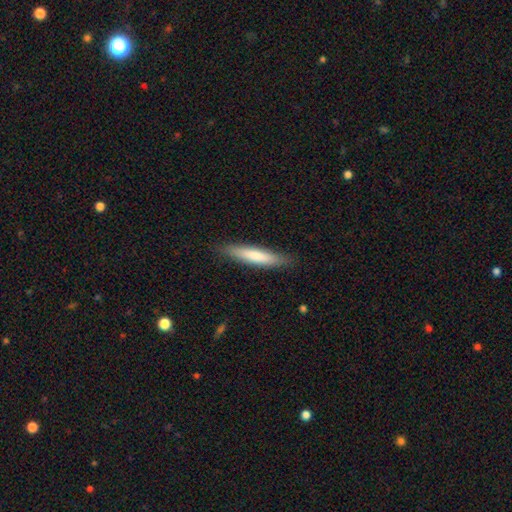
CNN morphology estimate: type=smooth (74%); roundness=cigar-shaped (88%); merging=none (87%).